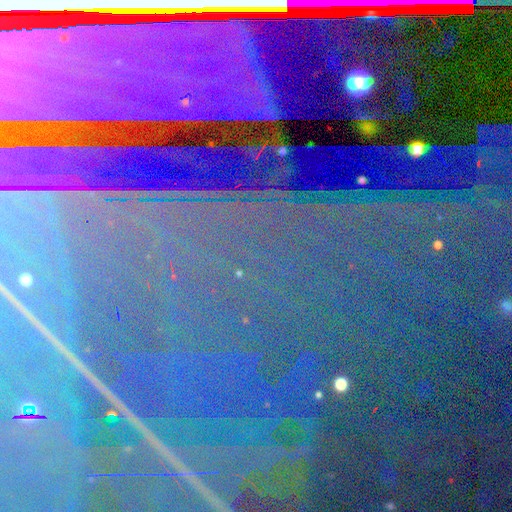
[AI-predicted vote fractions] This is clearly a star or artifact rather than a galaxy (88%).